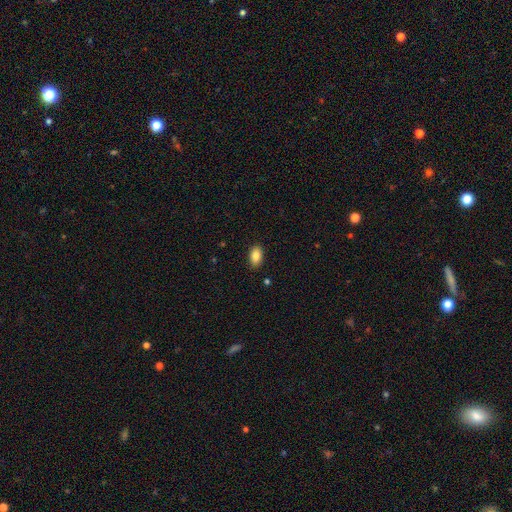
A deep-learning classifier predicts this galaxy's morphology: smooth-or-featured: smooth: 86% | star or artifact: 8% | featured or disk: 6%
  how-rounded: in between: 91% | round: 7% | cigar-shaped: 2%
  merging: none: 88% | minor disturbance: 9% | major disturbance: 2% | merger: 1%